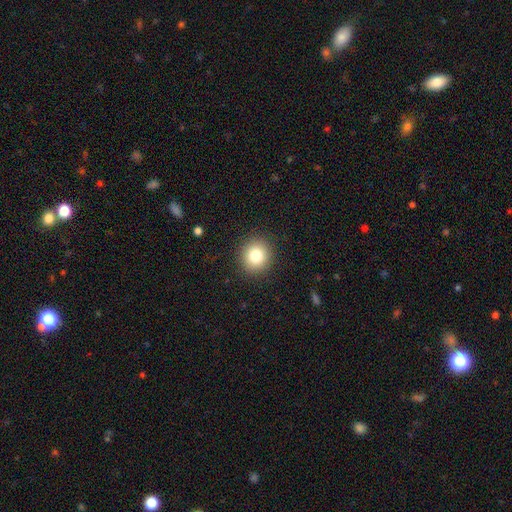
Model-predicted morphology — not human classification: Smooth or featured? Predicted: smooth (p=0.80). How rounded? Predicted: round (p=0.86). Merging? Predicted: none (p=0.90).